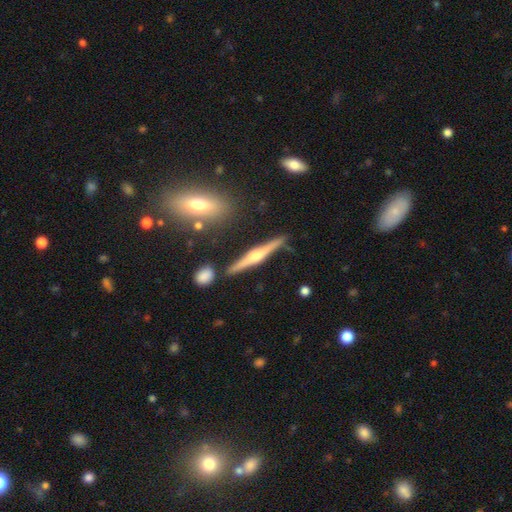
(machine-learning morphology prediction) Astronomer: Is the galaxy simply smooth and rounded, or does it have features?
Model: featured or disk — 75%.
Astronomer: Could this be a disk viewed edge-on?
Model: yes — 98%.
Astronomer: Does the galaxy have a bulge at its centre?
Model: rounded — 87%.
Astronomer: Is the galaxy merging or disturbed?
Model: none — 85%.